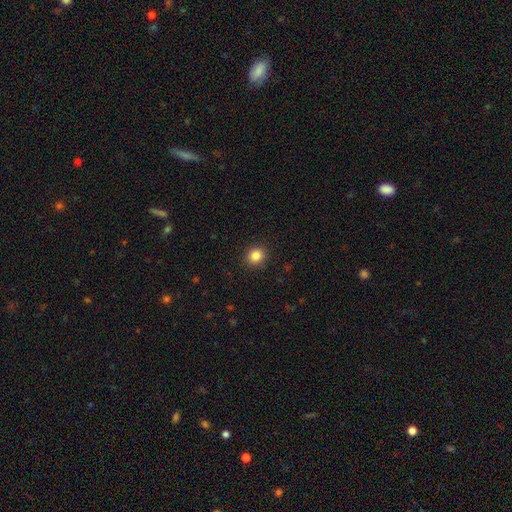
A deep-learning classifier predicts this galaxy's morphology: A smooth galaxy with no disk features (85%) that is round (85%). Merging: none (91%).